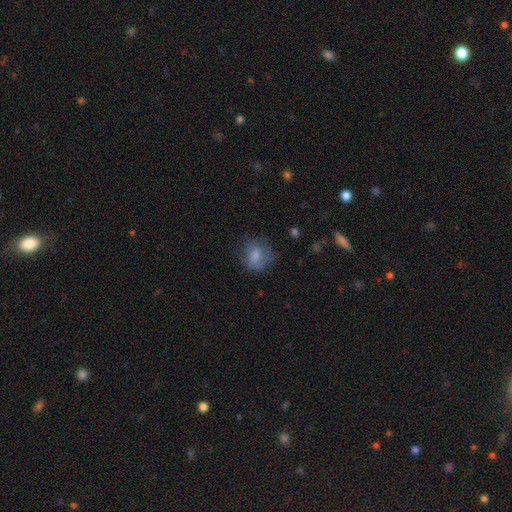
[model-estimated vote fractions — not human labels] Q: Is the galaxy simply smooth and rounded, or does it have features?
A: smooth — 68%.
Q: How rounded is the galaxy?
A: round — 61%.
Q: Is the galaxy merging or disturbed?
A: none — 52%.